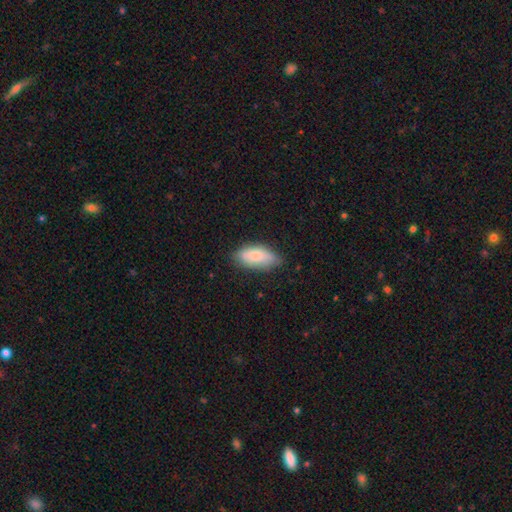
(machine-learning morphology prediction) smooth_or_featured: smooth (p=0.84) [alt: featured or disk p=0.10]
how_rounded: in between (p=0.84) [alt: cigar-shaped p=0.14]
merging: none (p=0.74) [alt: minor disturbance p=0.21]